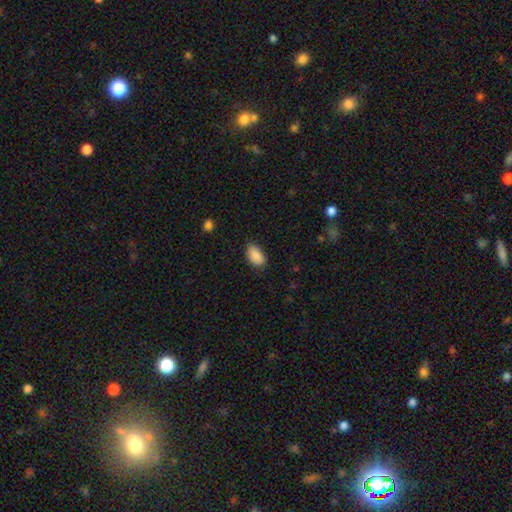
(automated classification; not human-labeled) Overall: smooth (89%). How rounded: in between (93%). Merging: none (79%).